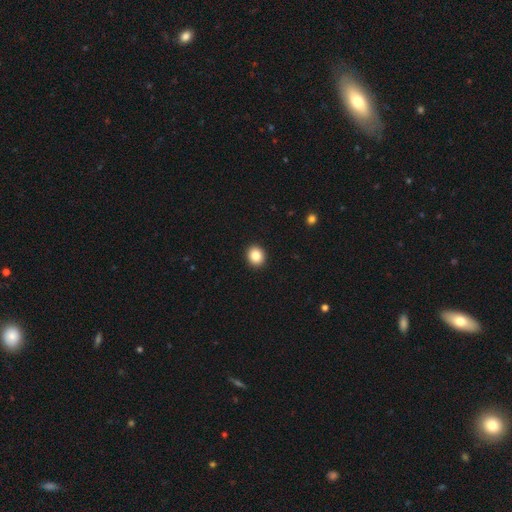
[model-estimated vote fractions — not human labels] Smooth or featured? smooth (85%)
How rounded? round (72%)
Merging? none (93%)